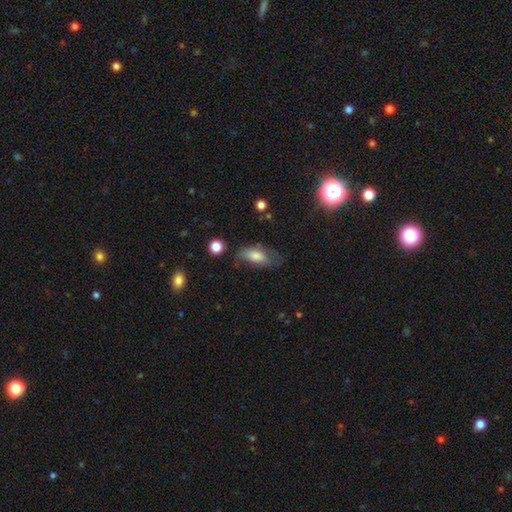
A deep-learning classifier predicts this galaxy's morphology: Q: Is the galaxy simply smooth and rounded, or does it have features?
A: smooth — 72%.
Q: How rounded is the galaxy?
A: in between — 84%.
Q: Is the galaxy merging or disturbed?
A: none — 46%.